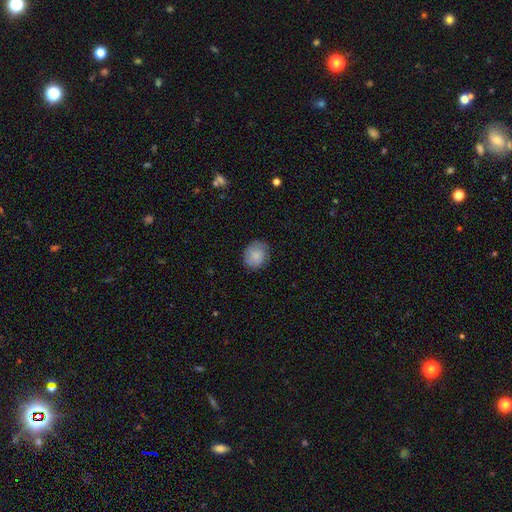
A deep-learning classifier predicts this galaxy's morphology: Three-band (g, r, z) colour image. It shows a smooth galaxy with no disk features (79%) that is round (78%). Merging: none (75%).